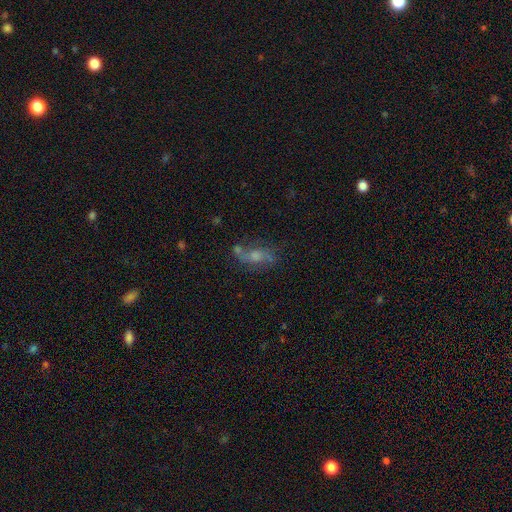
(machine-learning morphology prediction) A featured or disk galaxy (56%). Merging: none (60%).